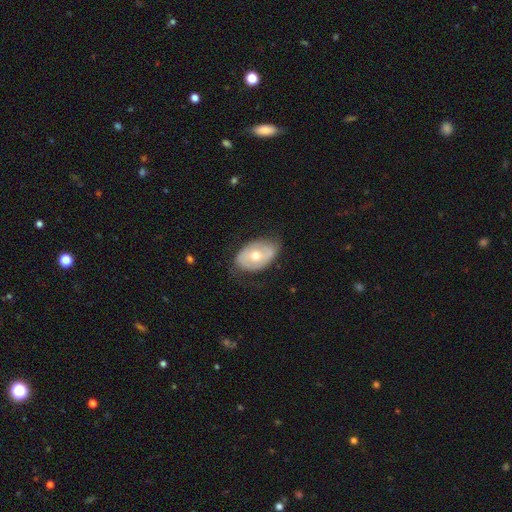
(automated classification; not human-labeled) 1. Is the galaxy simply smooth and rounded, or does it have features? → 48% featured or disk, 46% smooth, 6% star or artifact.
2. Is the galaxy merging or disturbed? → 67% none, 25% minor disturbance, 7% major disturbance, 1% merger.